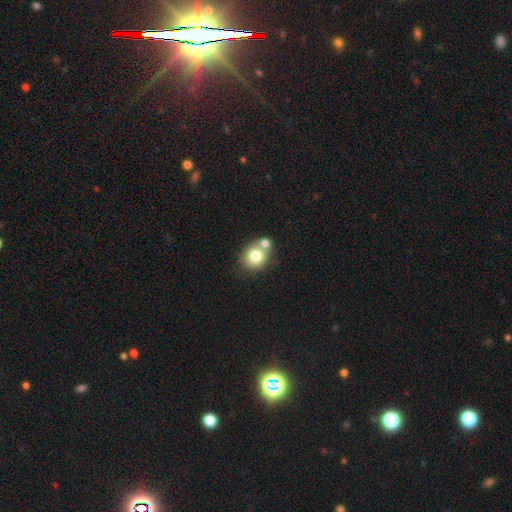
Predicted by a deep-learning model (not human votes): Overall: smooth (77%). How rounded: round (74%). Merging: none (47%; merger 40%).